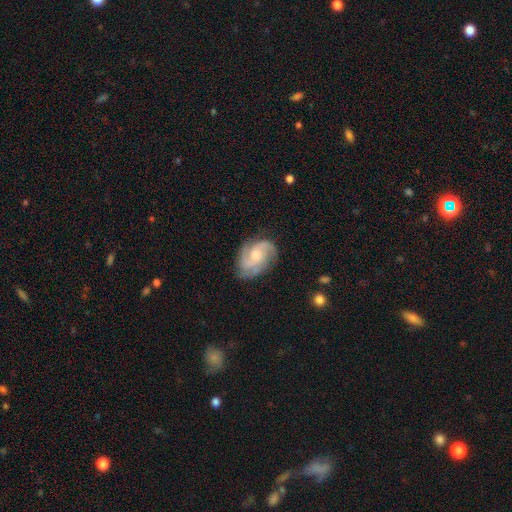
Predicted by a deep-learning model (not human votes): smooth-or-featured: featured or disk: 84% | smooth: 11% | star or artifact: 5%
  disk-edge-on: no: 98% | yes: 2%
    bar: no: 67% | weak: 29% | strong: 4%
    has-spiral-arms: yes: 97% | no: 3%
      spiral-winding: medium: 48% | tight: 38% | loose: 13%
      spiral-arm-count: 3: 52% | 2: 19% | can't tell: 12% | 4: 9% | 1: 4% | more than 4: 4%
    bulge-size: moderate: 57% | small: 33% | large: 5% | none: 4% | dominant: 1%
  merging: none: 75% | minor disturbance: 18% | major disturbance: 6% | merger: 1%